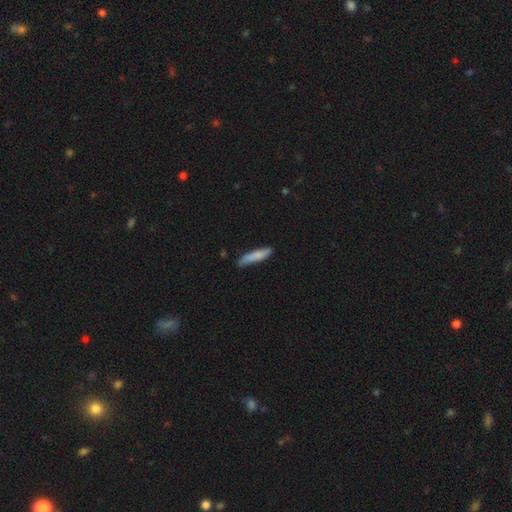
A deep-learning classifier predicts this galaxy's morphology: A smooth galaxy with no disk features (78%) that is cigar-shaped (84%). Merging: none (73%).